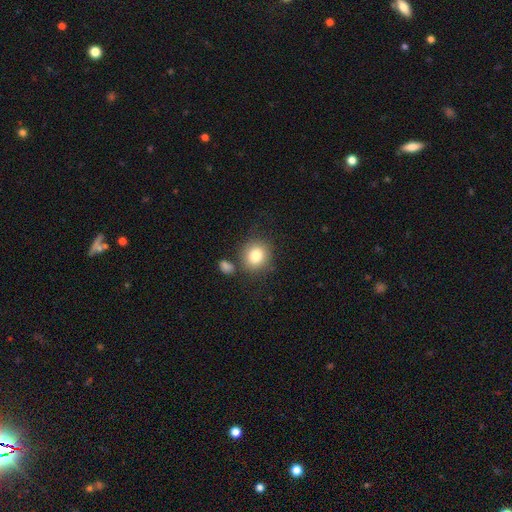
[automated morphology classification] This is clearly a smooth galaxy (83%). How rounded: clearly round (84%). Merging: likely none (75%).